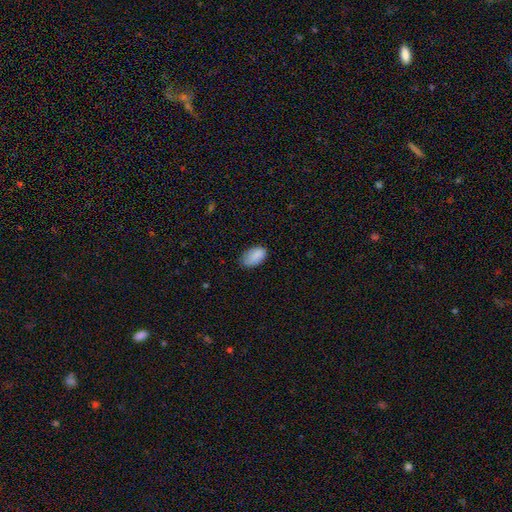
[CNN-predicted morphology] This appears to be a smooth galaxy with no disk features (87%) that is in between round and cigar-shaped (93%). Merging: none (67%).